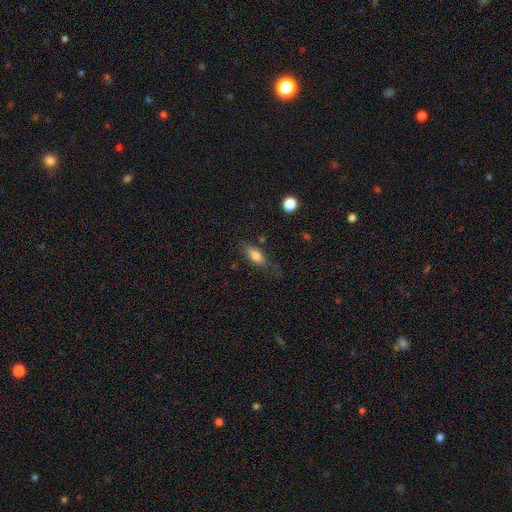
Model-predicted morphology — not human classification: smooth 75%, featured or disk 18%, star or artifact 8%. Down the decision tree: how rounded — in between (72%); merging — none (67%).